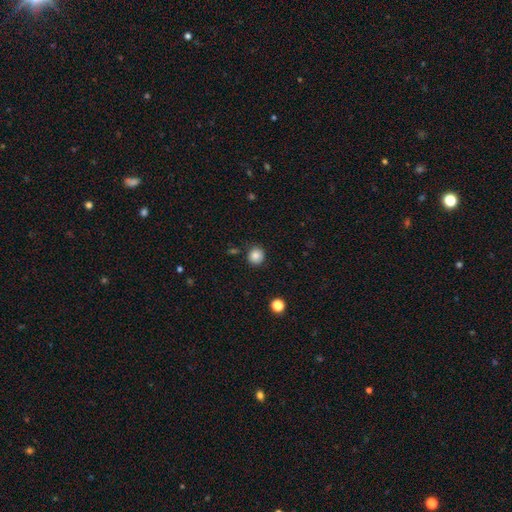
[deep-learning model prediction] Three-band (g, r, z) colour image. It shows a smooth galaxy with no disk features (85%) that is round (90%). Merging: none (86%).